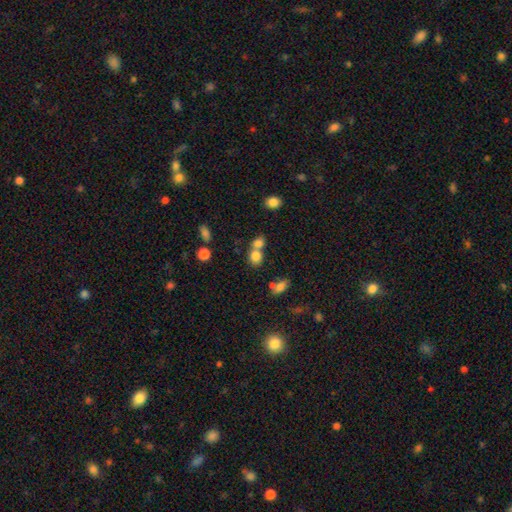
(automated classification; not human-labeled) Morphology: type=smooth (78%); roundness=round (63%); merging=merger (50%).